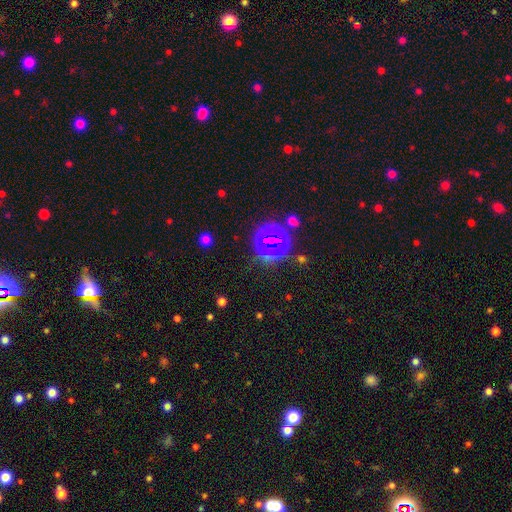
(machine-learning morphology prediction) Q: Smooth or featured?
A: star or artifact (43%); runner-up: smooth (37%)